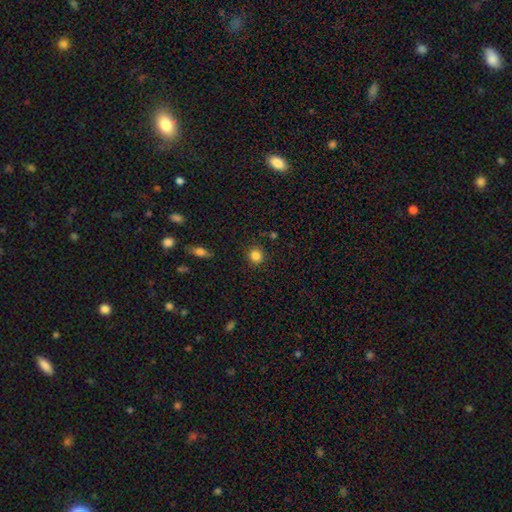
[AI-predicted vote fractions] This is clearly a smooth galaxy (85%). How rounded: clearly round (90%). Merging: clearly none (89%).